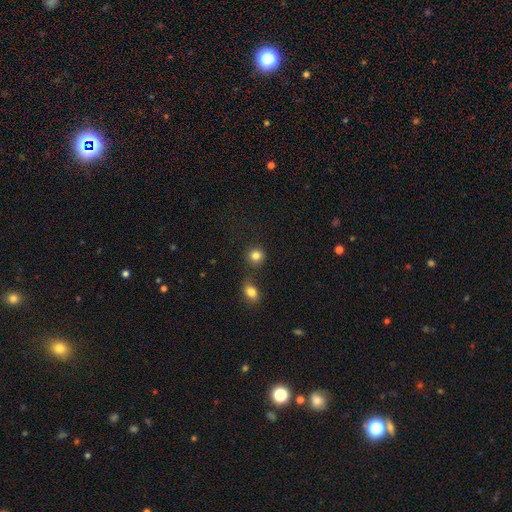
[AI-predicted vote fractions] This is clearly a smooth galaxy (83%). How rounded: clearly round (86%). Merging: likely none (77%).